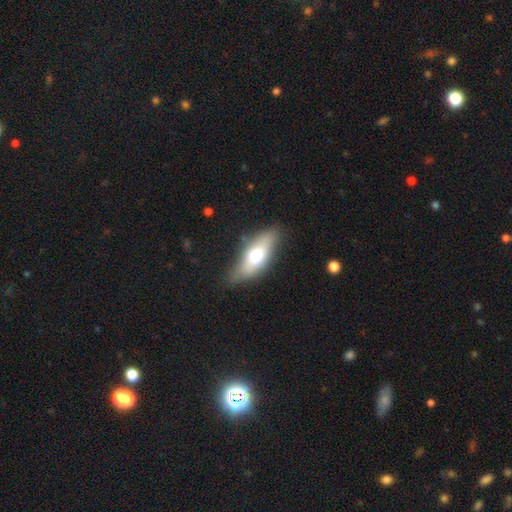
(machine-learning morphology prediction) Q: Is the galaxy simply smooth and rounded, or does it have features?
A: smooth — 60%.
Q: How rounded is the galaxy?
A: in between — 68%.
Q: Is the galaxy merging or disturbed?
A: none — 79%.